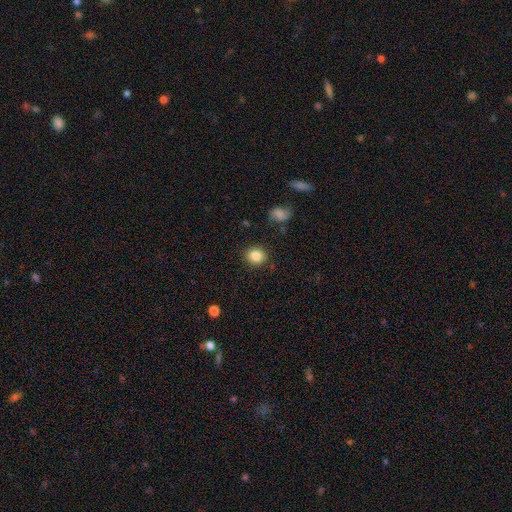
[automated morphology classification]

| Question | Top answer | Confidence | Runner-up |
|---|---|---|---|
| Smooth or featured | smooth | 86% | star or artifact (9%) |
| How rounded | round | 78% | in between (21%) |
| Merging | none | 88% | minor disturbance (8%) |